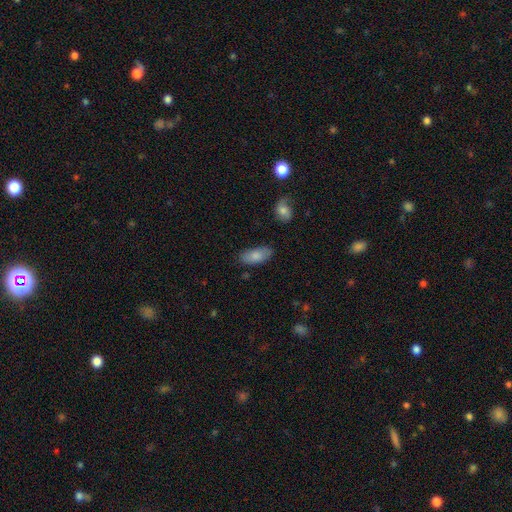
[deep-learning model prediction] Smooth or featured? smooth (82%)
How rounded? in between (88%)
Merging? none (81%)